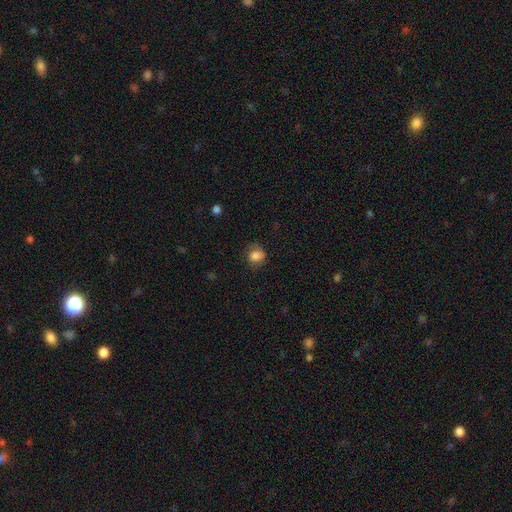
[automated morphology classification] Smooth or featured?
  - smooth: 77% *
  - featured or disk: 13%
  - star or artifact: 9%
How rounded?
  - round: 67% *
  - in between: 32%
  - cigar-shaped: 1%
Merging?
  - none: 58% *
  - minor disturbance: 26%
  - major disturbance: 15%
  - merger: 1%